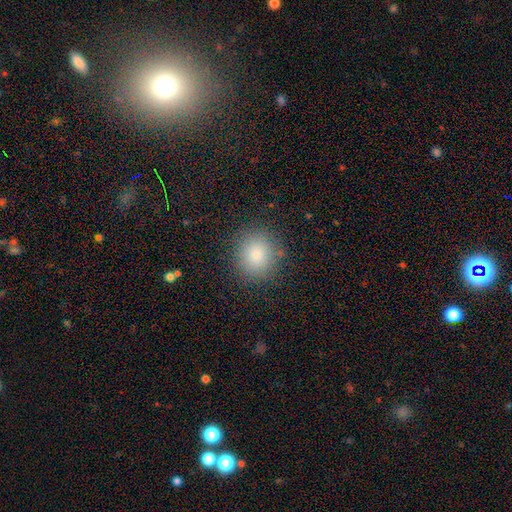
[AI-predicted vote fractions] Smooth or featured? smooth (83%)
How rounded? round (80%)
Merging? none (87%)